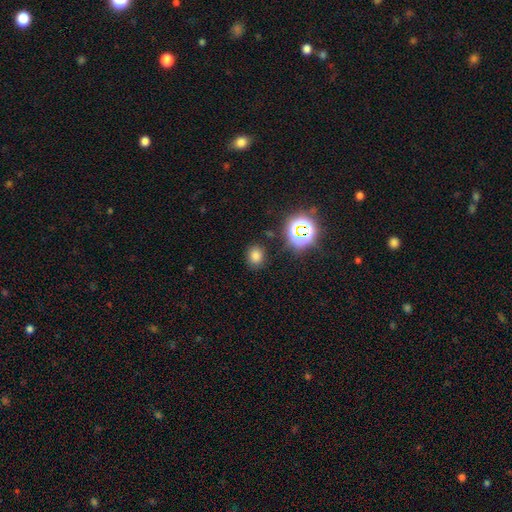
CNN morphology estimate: A smooth galaxy with no disk features (74%) that is round (62%).

Vote fractions:
- Smooth or featured? smooth: 74% / star or artifact: 20% / featured or disk: 6%
- How rounded? round: 62% / in between: 37% / cigar-shaped: 1%
- Merging? none: 85% / minor disturbance: 10% / major disturbance: 3% / merger: 2%